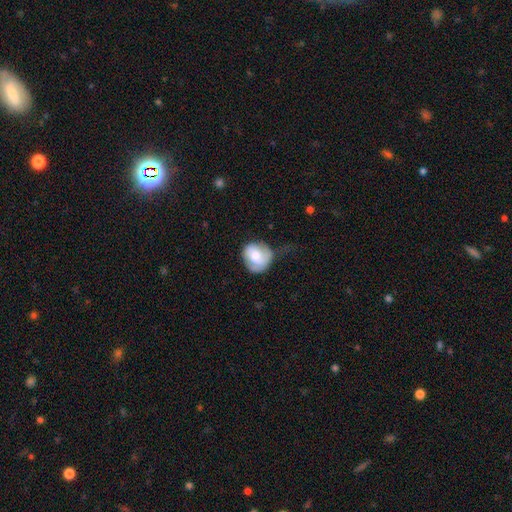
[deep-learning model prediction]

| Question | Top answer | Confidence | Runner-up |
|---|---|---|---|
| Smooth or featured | smooth | 62% | featured or disk (31%) |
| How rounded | round | 75% | in between (24%) |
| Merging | none | 41% | minor disturbance (36%) |